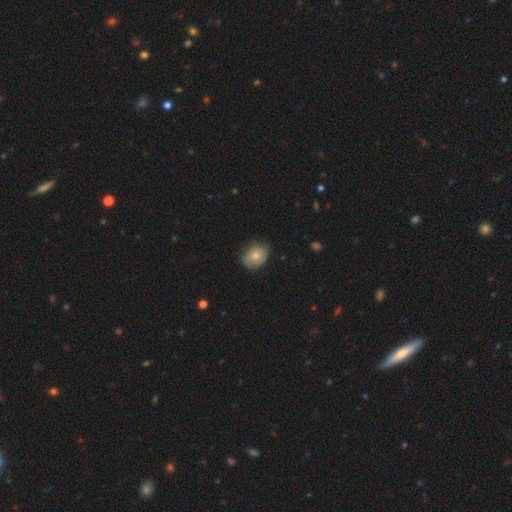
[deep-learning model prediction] Morphology: type=smooth (74%); roundness=in between (55%); merging=none (76%).